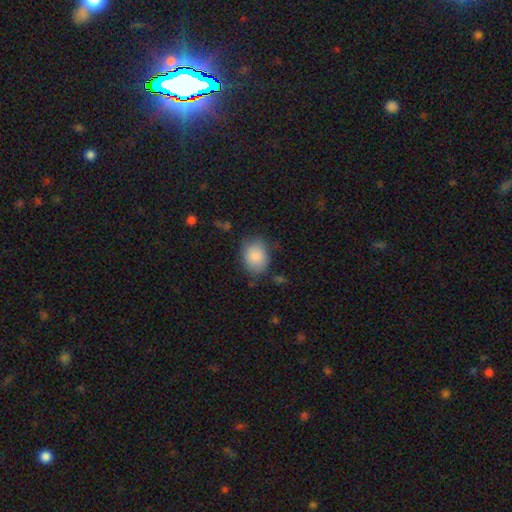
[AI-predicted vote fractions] A smooth galaxy with no disk features (87%) that is in between round and cigar-shaped (57%).

Vote fractions:
- Smooth or featured? smooth: 87% / star or artifact: 7% / featured or disk: 6%
- How rounded? in between: 57% / round: 42% / cigar-shaped: 1%
- Merging? none: 74% / minor disturbance: 18% / major disturbance: 5% / merger: 2%